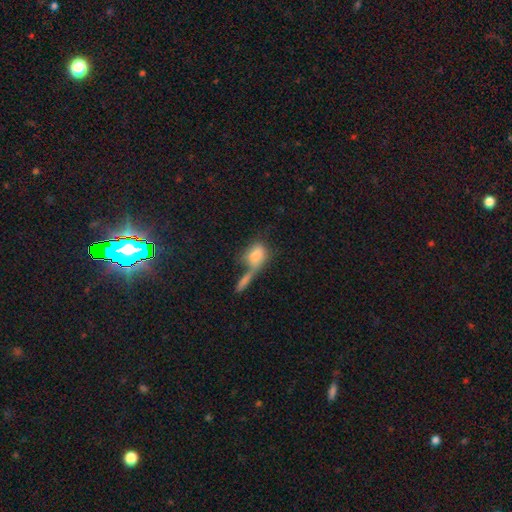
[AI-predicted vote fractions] Morphology: type=smooth (72%); roundness=in between (70%); merging=merger (47%).